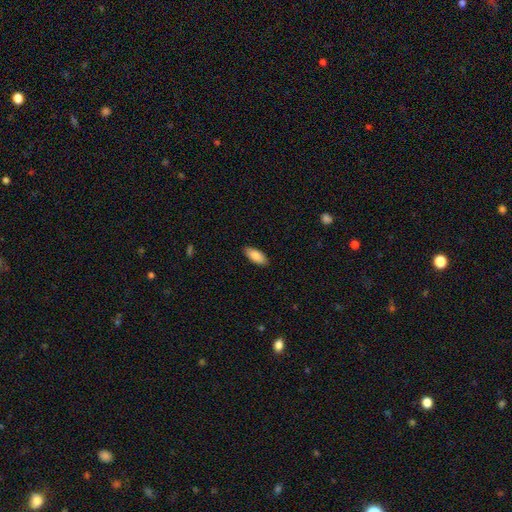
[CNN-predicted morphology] smooth_or_featured: smooth (p=0.87) [alt: featured or disk p=0.07]
how_rounded: in between (p=0.84) [alt: cigar-shaped p=0.14]
merging: none (p=0.88) [alt: minor disturbance p=0.09]